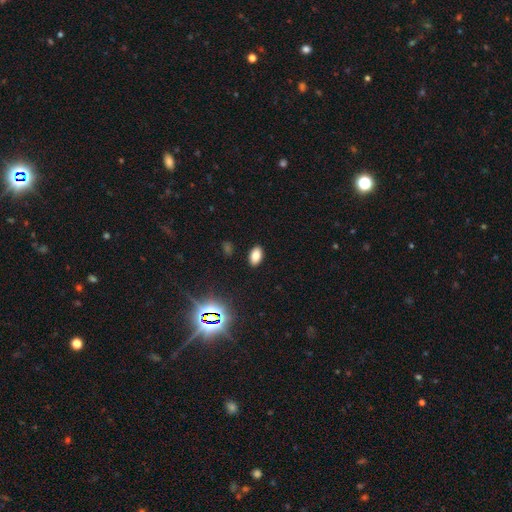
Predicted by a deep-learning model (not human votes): Smooth or featured: smooth — 80% (star or artifact — 14%)
How rounded: in between — 92% (round — 6%)
Merging: none — 89% (minor disturbance — 7%)